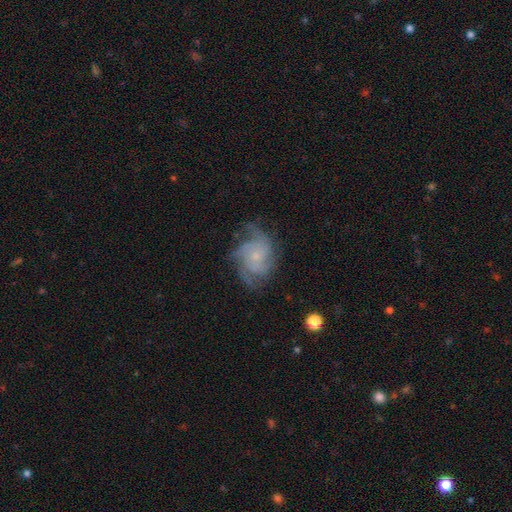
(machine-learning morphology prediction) type=featured or disk (79%); edge-on=no (98%); bar=no (75%); spiral arms=yes (95%); winding=tight (44%); arm count=4 (28%); bulge=small (73%); merging=none (67%).